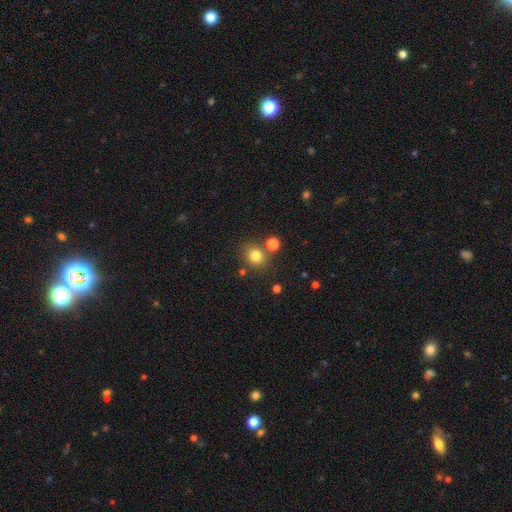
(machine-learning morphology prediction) Smooth or featured: smooth — 79% (star or artifact — 14%)
How rounded: round — 76% (in between — 23%)
Merging: none — 73% (merger — 13%)